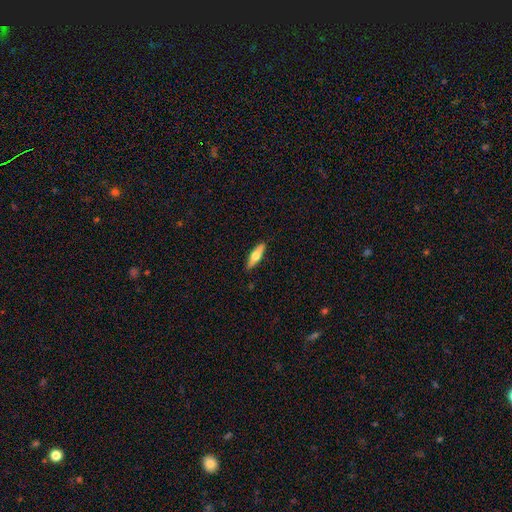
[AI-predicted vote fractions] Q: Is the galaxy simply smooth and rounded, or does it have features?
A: smooth — 53%.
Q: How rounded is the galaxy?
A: cigar-shaped — 58%.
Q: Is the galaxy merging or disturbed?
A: none — 89%.